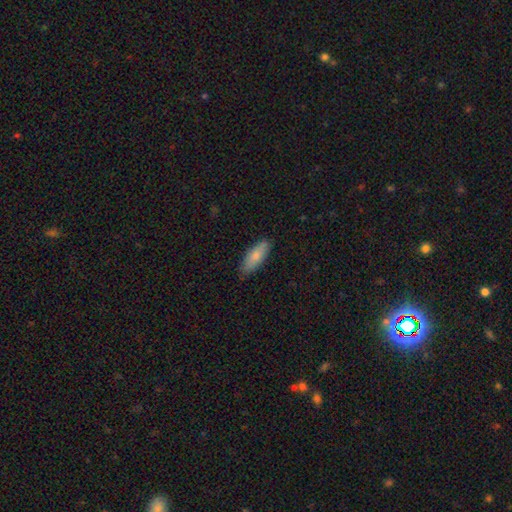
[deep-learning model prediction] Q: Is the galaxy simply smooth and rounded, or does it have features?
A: smooth — 81%.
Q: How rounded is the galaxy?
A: in between — 69%.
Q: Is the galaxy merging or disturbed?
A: none — 82%.